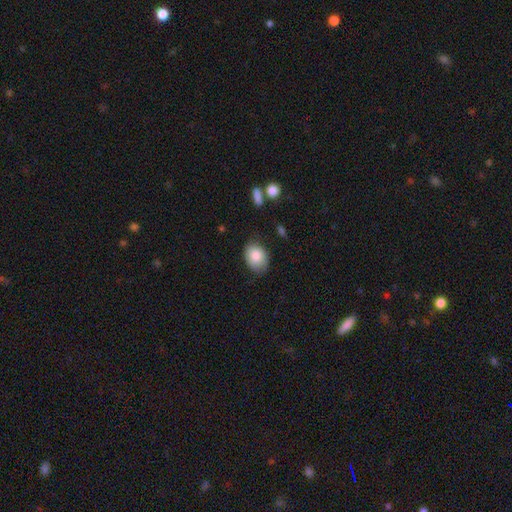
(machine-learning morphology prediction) smooth-or-featured: smooth: 84% | featured or disk: 9% | star or artifact: 7%
  how-rounded: in between: 67% | round: 32% | cigar-shaped: 1%
  merging: none: 73% | minor disturbance: 21% | major disturbance: 4% | merger: 2%